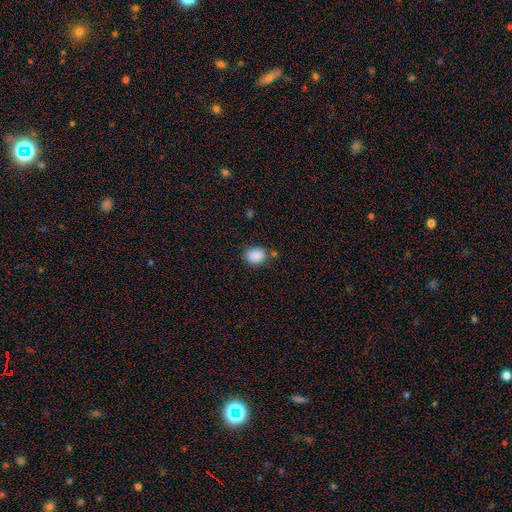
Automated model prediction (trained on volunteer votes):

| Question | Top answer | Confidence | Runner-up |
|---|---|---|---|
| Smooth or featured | smooth | 88% | star or artifact (9%) |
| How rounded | in between | 51% | round (48%) |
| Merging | none | 70% | minor disturbance (19%) |